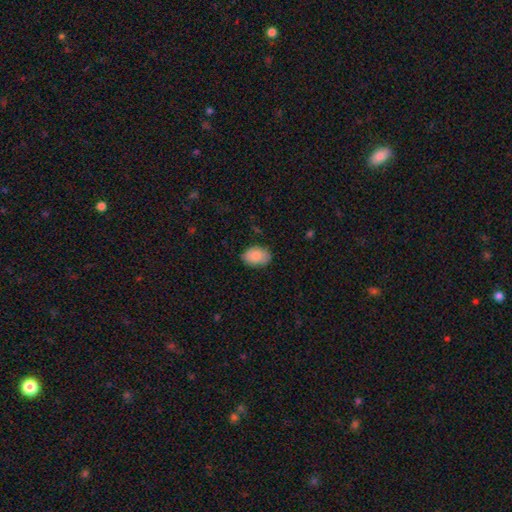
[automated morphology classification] This appears to be a smooth galaxy with no disk features (87%) that is in between round and cigar-shaped (84%). Merging: none (82%).